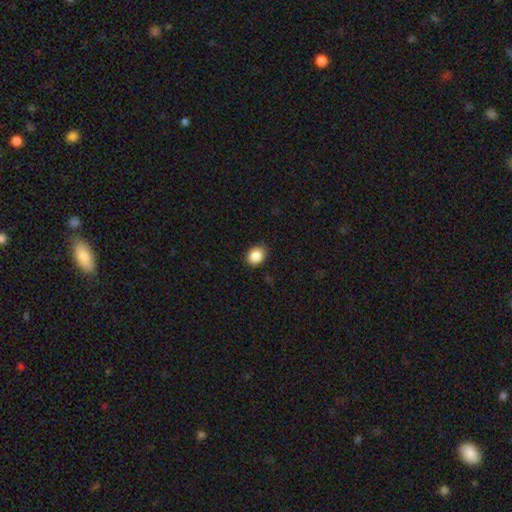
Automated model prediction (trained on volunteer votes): Morphology: type=smooth (87%); roundness=round (51%); merging=none (87%).